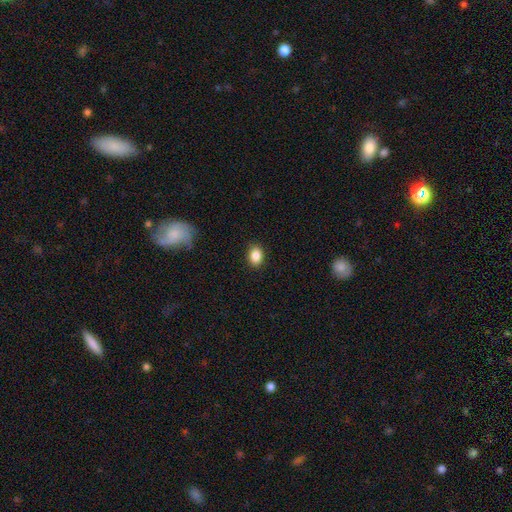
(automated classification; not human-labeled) A smooth galaxy with no disk features (87%) that is in between round and cigar-shaped (67%).

Vote fractions:
- Smooth or featured? smooth: 87% / star or artifact: 9% / featured or disk: 4%
- How rounded? in between: 67% / round: 31% / cigar-shaped: 1%
- Merging? none: 88% / minor disturbance: 9% / major disturbance: 2% / merger: 1%